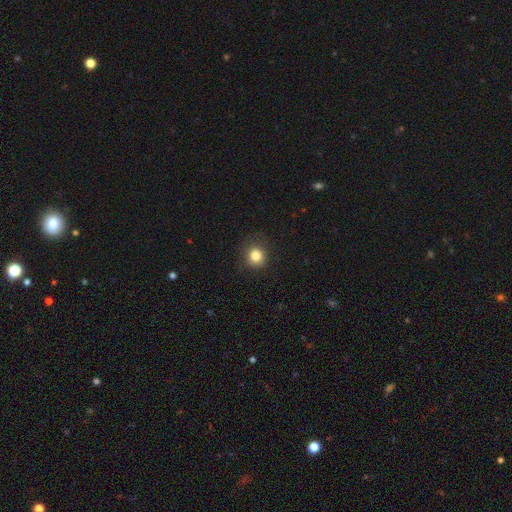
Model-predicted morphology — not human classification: Smooth or featured? smooth (83%)
How rounded? round (88%)
Merging? none (85%)